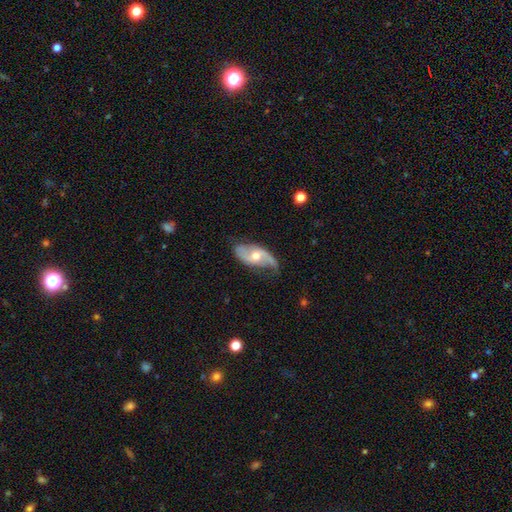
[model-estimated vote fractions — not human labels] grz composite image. It shows a featured or disk galaxy (78%) with no bar (59%), 2 (87%) loose (62%) spiral arms (91%) and a moderate central bulge (66%). Merging: none (64%).